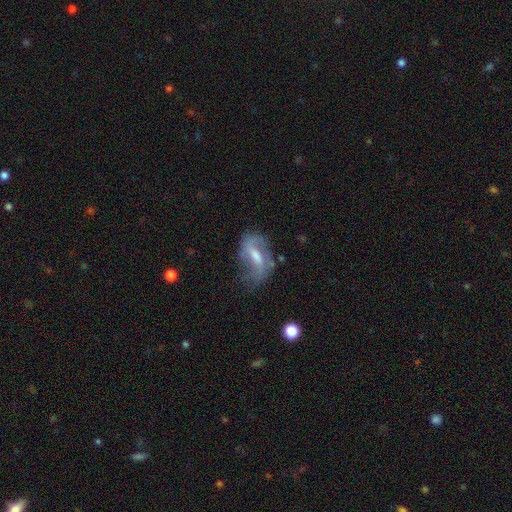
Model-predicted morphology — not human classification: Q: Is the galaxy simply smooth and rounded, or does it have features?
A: featured or disk — 68%.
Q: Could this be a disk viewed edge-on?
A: no — 93%.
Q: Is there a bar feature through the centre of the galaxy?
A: weak — 49%.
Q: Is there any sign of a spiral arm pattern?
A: yes — 76%.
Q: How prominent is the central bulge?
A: moderate — 55%.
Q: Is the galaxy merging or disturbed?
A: none — 49%.